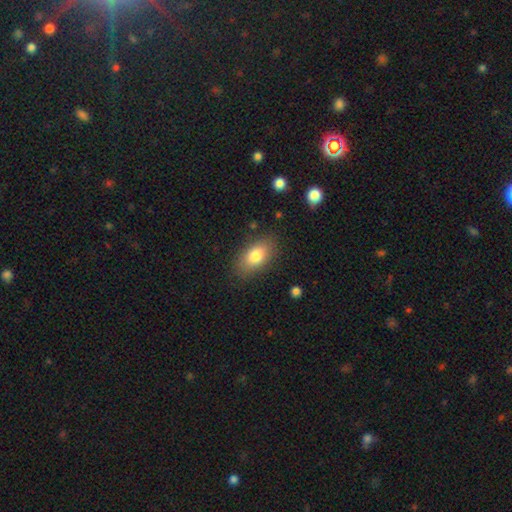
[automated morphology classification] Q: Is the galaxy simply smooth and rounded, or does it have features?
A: smooth — 81%.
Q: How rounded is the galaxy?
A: in between — 90%.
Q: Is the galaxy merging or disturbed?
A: none — 83%.